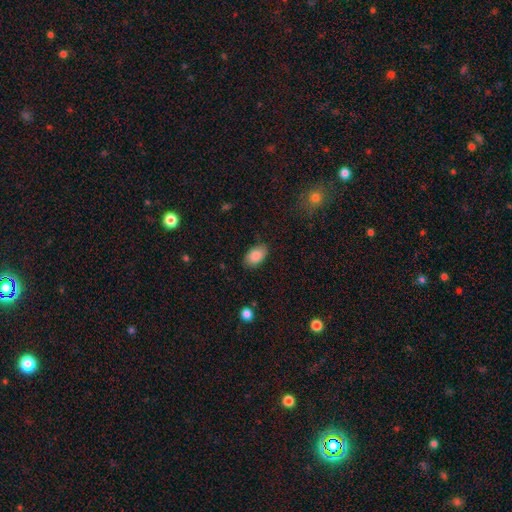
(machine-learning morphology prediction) The model was most divided on "merging": none: 82%, minor disturbance: 14%, major disturbance: 3%, merger: 1%. More confident: how rounded — in between (92%); smooth or featured — smooth (87%).